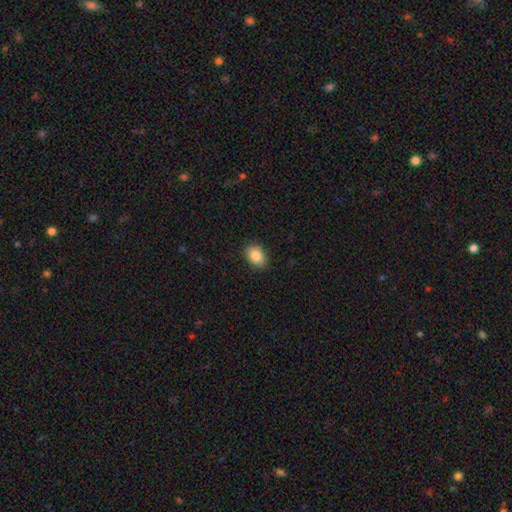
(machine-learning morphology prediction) smooth-or-featured: smooth: 86% | star or artifact: 8% | featured or disk: 6%
  how-rounded: in between: 82% | round: 17% | cigar-shaped: 1%
  merging: none: 87% | minor disturbance: 10% | major disturbance: 2% | merger: 1%